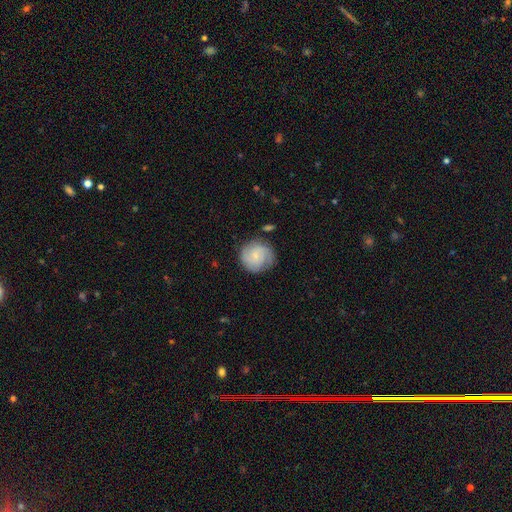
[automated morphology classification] Overall: featured or disk (60%; smooth 34%). Edge-on disk: no (98%). Bar: no (68%). Spiral arms: yes (91%). Spiral arm count: 2 (40%; can't tell 26%). Spiral winding: tight (57%; medium 34%). Bulge size: small (76%). Merging: none (76%).